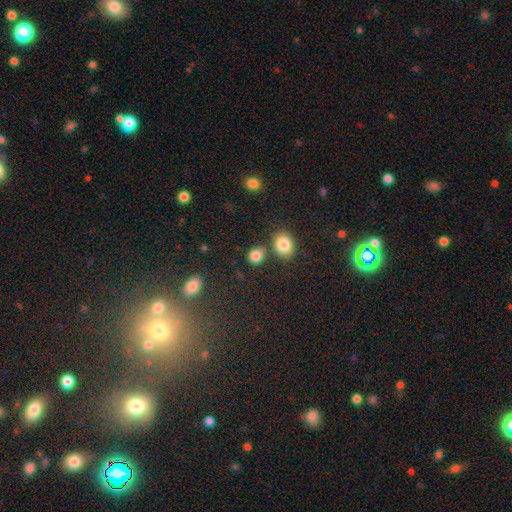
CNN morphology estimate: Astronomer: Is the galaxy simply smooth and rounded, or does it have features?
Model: smooth — 84%.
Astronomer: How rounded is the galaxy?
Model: round — 67%.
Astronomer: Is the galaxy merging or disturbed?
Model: none — 67%.